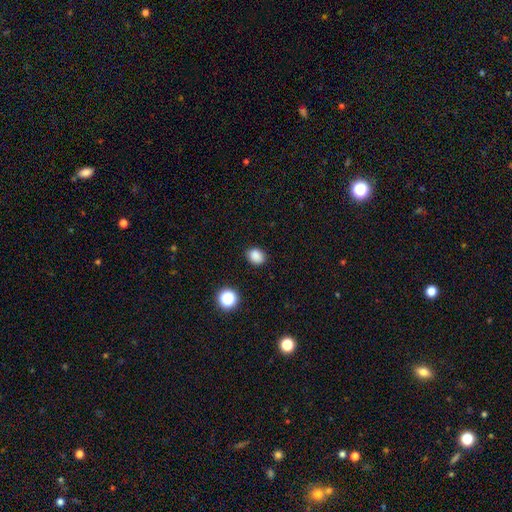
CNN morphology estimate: Smooth or featured? Predicted: smooth (p=0.85). How rounded? Predicted: round (p=0.51). Merging? Predicted: none (p=0.87).